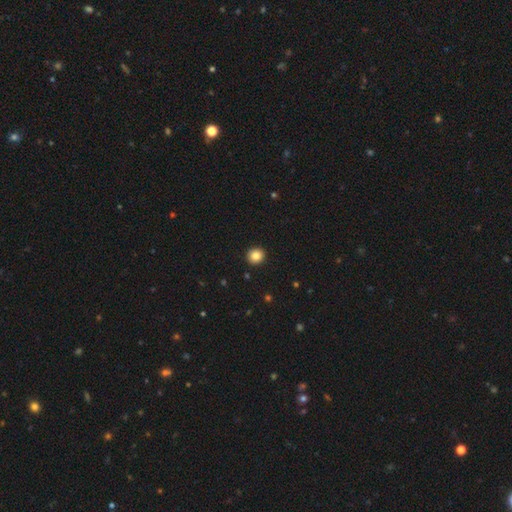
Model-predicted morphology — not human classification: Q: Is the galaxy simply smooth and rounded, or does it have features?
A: smooth — 85%.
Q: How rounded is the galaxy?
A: round — 90%.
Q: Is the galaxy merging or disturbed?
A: none — 93%.